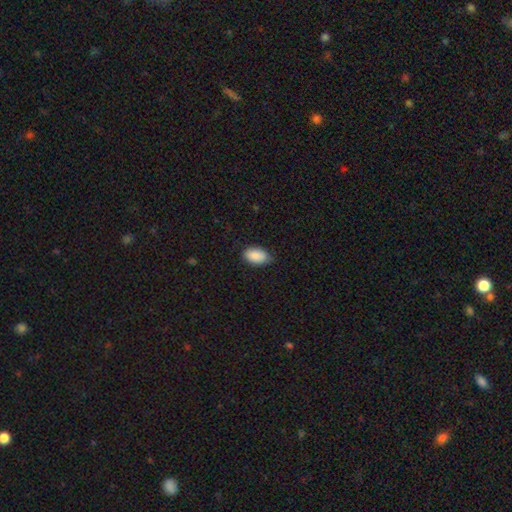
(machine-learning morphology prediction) Overall: smooth (88%). How rounded: in between (93%). Merging: none (78%).